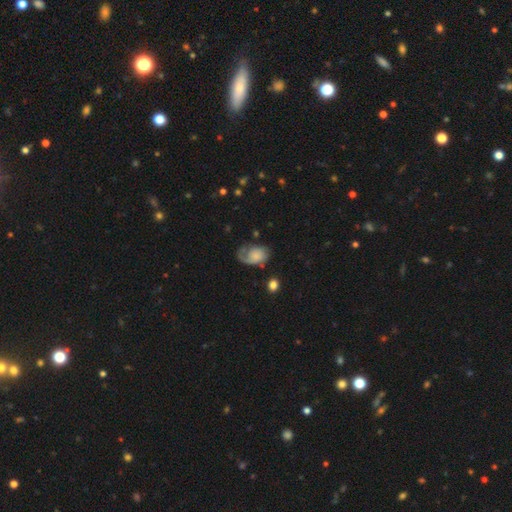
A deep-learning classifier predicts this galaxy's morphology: Smooth or featured? featured or disk (47%)
Merging? none (41%)